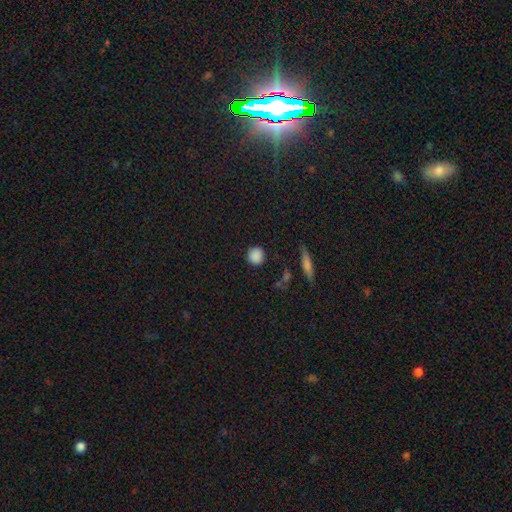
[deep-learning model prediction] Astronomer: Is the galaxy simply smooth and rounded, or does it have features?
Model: smooth — 86%.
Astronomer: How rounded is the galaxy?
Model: round — 90%.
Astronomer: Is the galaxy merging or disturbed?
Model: none — 88%.